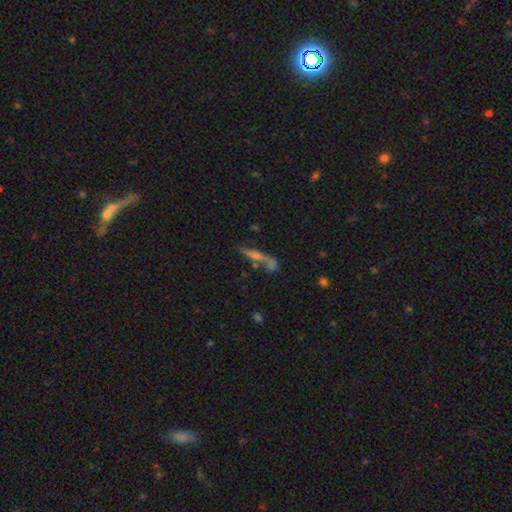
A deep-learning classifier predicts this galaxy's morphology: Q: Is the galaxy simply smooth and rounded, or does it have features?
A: smooth — 47%.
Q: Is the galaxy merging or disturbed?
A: none — 52%.